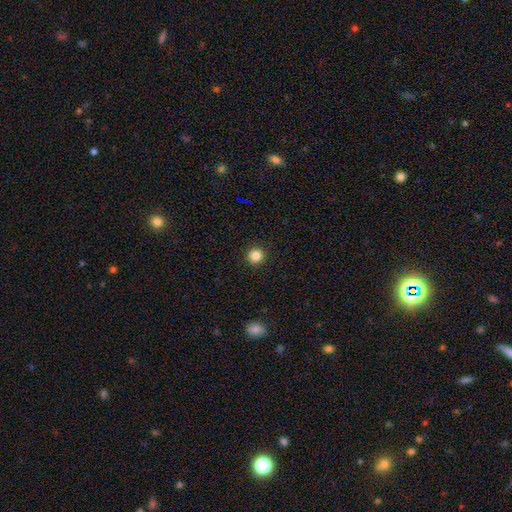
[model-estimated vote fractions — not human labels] Overall: smooth (85%). How rounded: round (95%). Merging: none (93%).